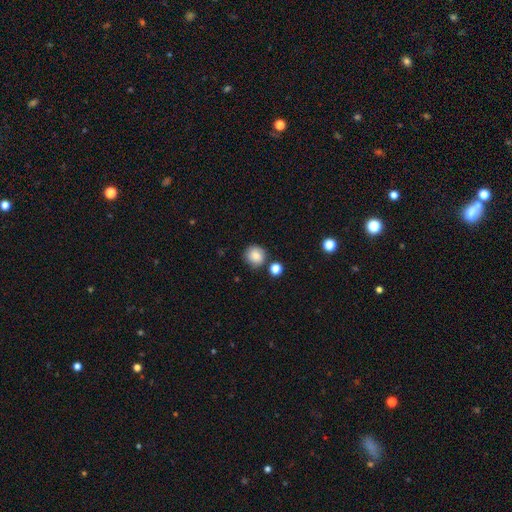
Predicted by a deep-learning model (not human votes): Overall: smooth (83%). How rounded: round (90%). Merging: none (79%).